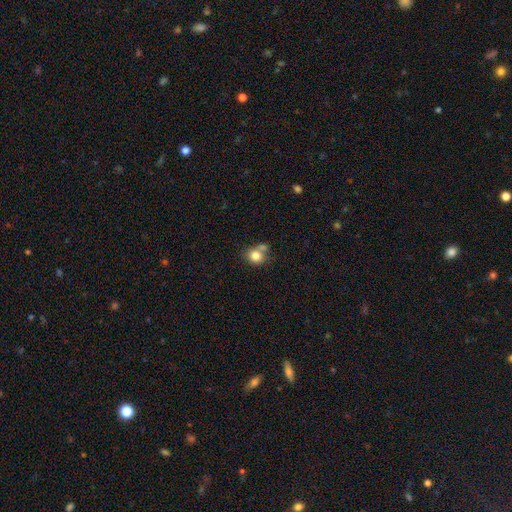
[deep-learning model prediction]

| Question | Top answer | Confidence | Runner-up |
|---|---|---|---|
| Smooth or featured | smooth | 80% | star or artifact (10%) |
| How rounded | round | 76% | in between (23%) |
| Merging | none | 49% | merger (30%) |